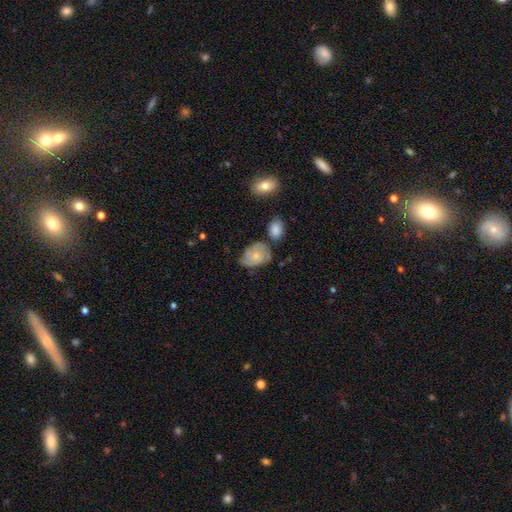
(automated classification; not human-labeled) smooth_or_featured: featured or disk (p=0.54) [alt: smooth p=0.39]
disk_edge_on: no (p=0.97) [alt: yes p=0.03]
bar: no (p=0.78) [alt: weak p=0.20]
has_spiral_arms: yes (p=0.83) [alt: no p=0.17]
bulge_size: small (p=0.55) [alt: moderate p=0.32]
merging: none (p=0.52) [alt: minor disturbance p=0.29]